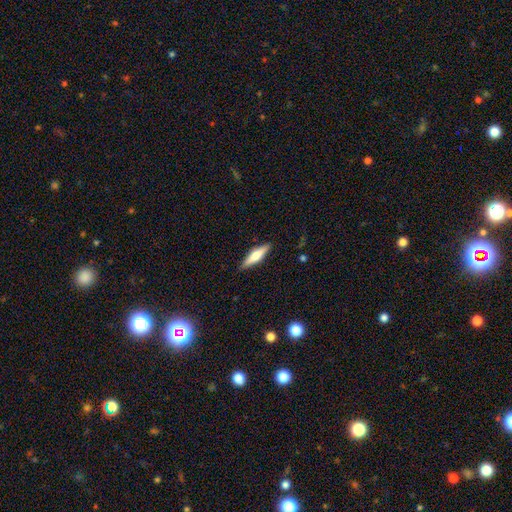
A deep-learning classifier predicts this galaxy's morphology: Smooth or featured?
  - smooth: 52% *
  - featured or disk: 42%
  - star or artifact: 6%
How rounded?
  - cigar-shaped: 71% *
  - in between: 27%
  - round: 2%
Merging?
  - none: 88% *
  - minor disturbance: 9%
  - major disturbance: 2%
  - merger: 1%